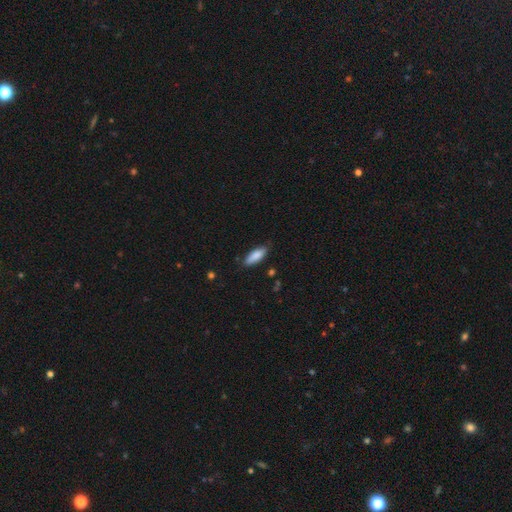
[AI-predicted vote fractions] smooth 85%, featured or disk 9%, star or artifact 6%. Down the decision tree: how rounded — in between (64%); merging — none (79%).